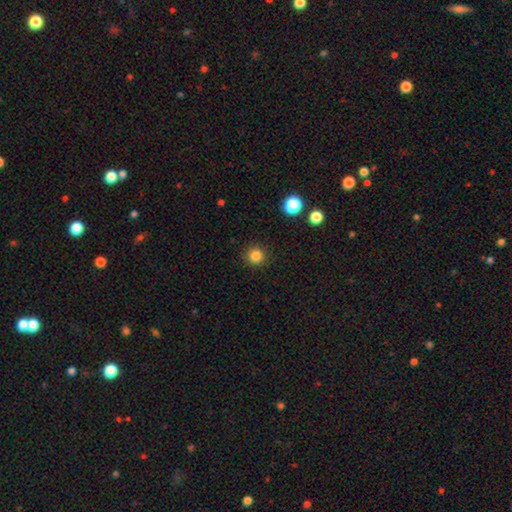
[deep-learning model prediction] Smooth or featured? smooth (84%)
How rounded? round (94%)
Merging? none (90%)